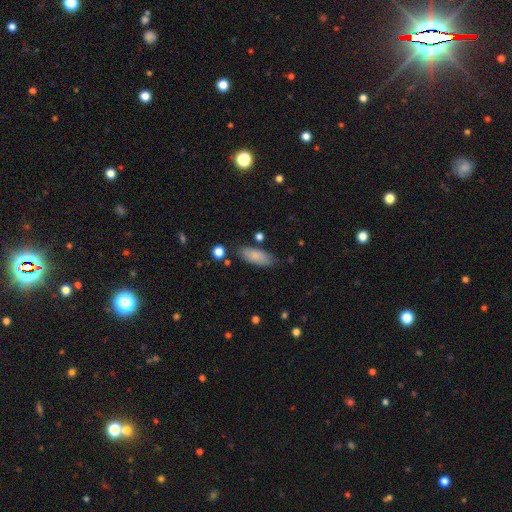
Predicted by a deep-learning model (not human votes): This appears to be a smooth galaxy with no disk features (84%) that is in between round and cigar-shaped (79%). Merging: none (78%).